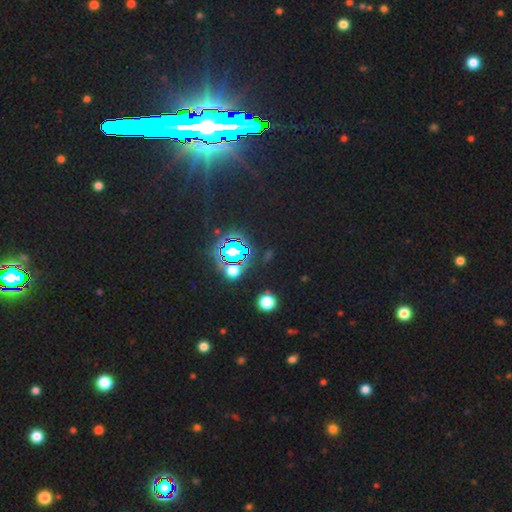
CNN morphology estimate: type=star or artifact (82%).